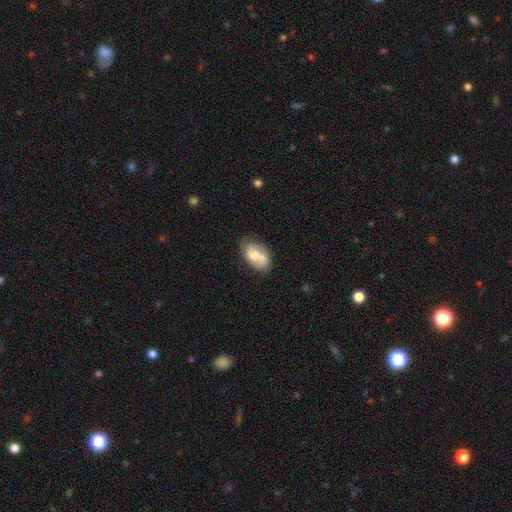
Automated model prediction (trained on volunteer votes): Overall: smooth (66%; featured or disk 27%). How rounded: in between (90%). Merging: none (52%; minor disturbance 23%).